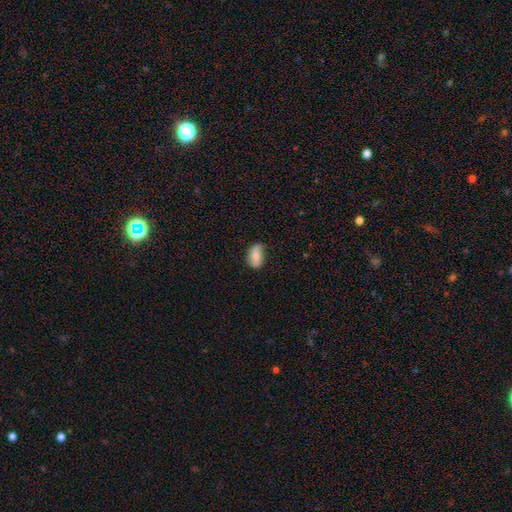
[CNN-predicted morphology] Smooth or featured?
  - smooth: 67% *
  - featured or disk: 25%
  - star or artifact: 7%
How rounded?
  - in between: 88% *
  - round: 7%
  - cigar-shaped: 5%
Merging?
  - none: 63% *
  - minor disturbance: 29%
  - major disturbance: 6%
  - merger: 2%